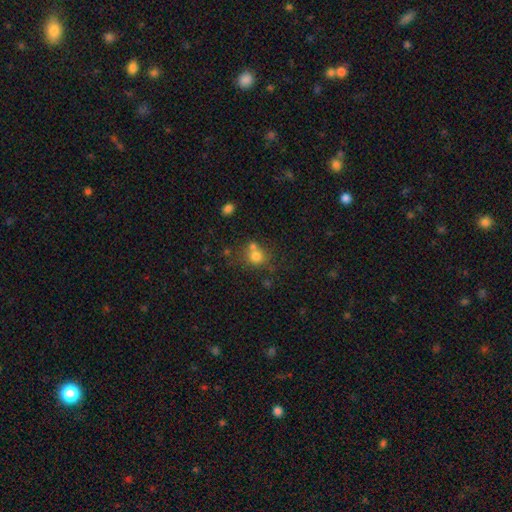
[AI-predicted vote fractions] smooth 74%, star or artifact 14%, featured or disk 11%. Down the decision tree: how rounded — round (80%); merging — none (51%).